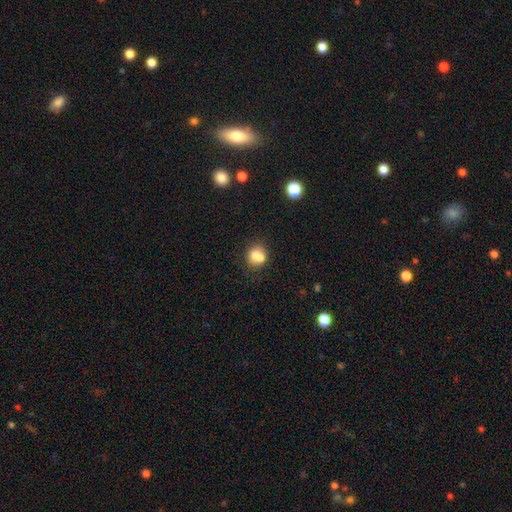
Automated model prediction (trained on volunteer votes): This appears to be a smooth galaxy with no disk features (73%) that is round (72%). Merging: none (47%).